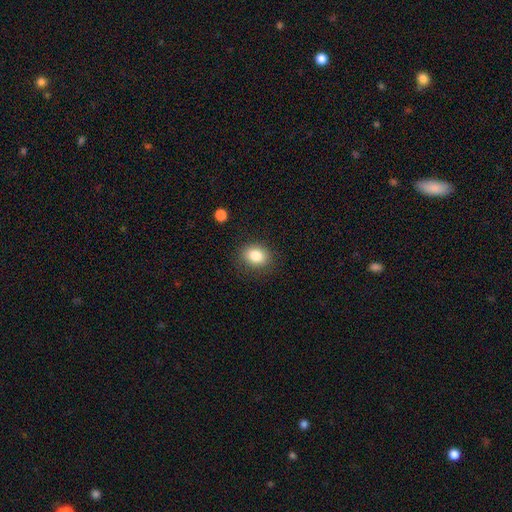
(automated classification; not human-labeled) Q: Smooth or featured?
A: smooth (83%); runner-up: star or artifact (10%)
Q: How rounded?
A: in between (51%); runner-up: round (48%)
Q: Merging?
A: none (86%); runner-up: minor disturbance (10%)